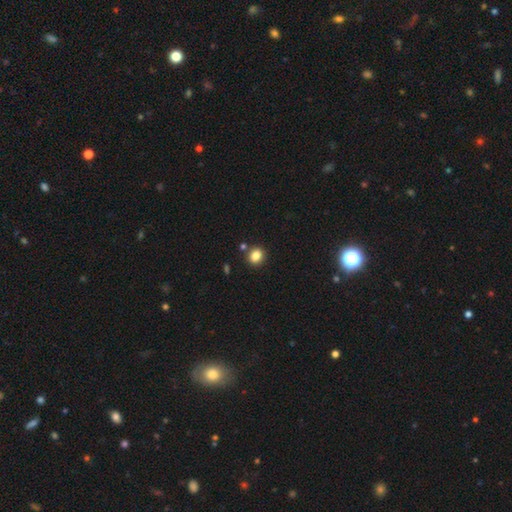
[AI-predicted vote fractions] Smooth or featured?
  - smooth: 85% *
  - star or artifact: 11%
  - featured or disk: 5%
How rounded?
  - round: 70% *
  - in between: 29%
  - cigar-shaped: 1%
Merging?
  - none: 84% *
  - minor disturbance: 8%
  - merger: 6%
  - major disturbance: 2%